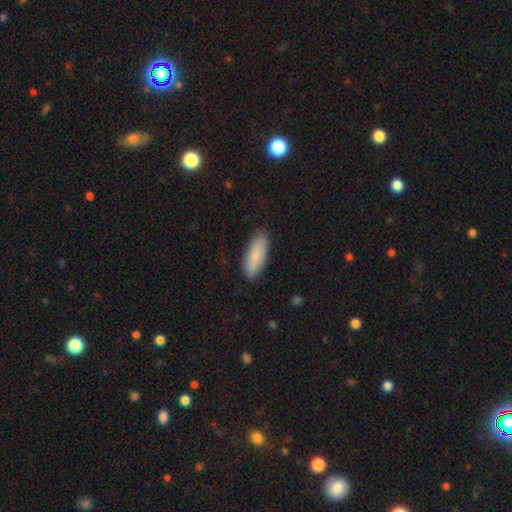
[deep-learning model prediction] Overall: smooth (82%). How rounded: in between (76%). Merging: none (86%).